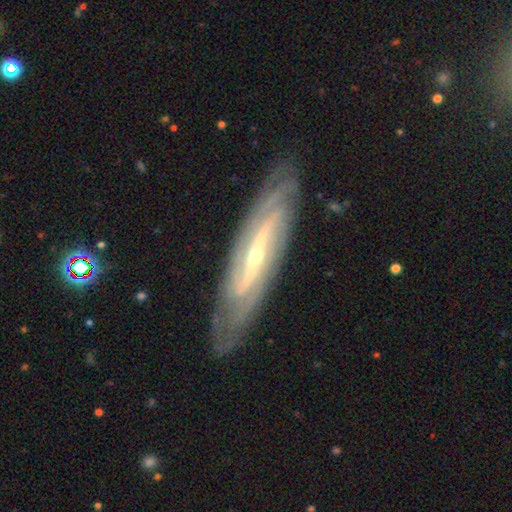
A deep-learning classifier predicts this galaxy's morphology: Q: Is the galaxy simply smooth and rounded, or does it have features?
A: featured or disk — 89%.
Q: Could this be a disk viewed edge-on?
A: no — 77%.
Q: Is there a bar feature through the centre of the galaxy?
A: strong — 58%.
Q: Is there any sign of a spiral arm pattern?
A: yes — 95%.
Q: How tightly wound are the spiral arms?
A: tight — 44%.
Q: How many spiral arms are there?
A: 2 — 57%.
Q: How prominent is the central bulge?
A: small — 71%.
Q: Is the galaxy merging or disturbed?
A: none — 81%.